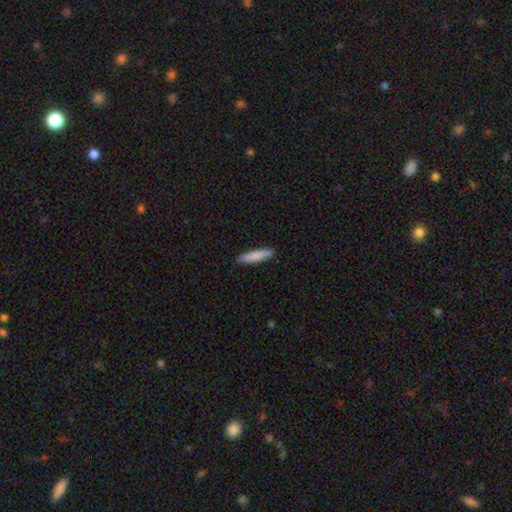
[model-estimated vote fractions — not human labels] Smooth or featured? Predicted: smooth (p=0.84). How rounded? Predicted: cigar-shaped (p=0.82). Merging? Predicted: none (p=0.90).